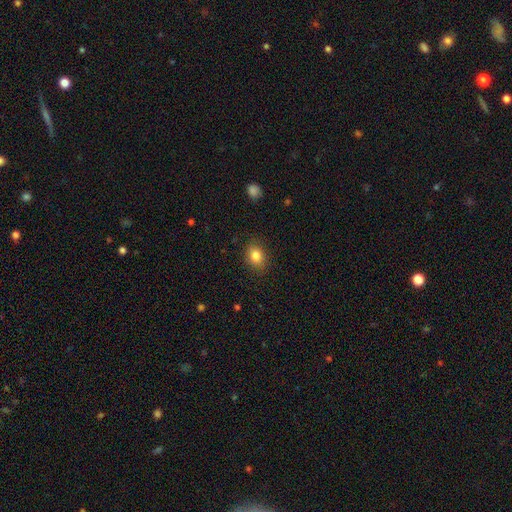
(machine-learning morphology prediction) Q: Smooth or featured?
A: smooth (84%); runner-up: star or artifact (9%)
Q: How rounded?
A: in between (62%); runner-up: round (37%)
Q: Merging?
A: none (86%); runner-up: minor disturbance (10%)